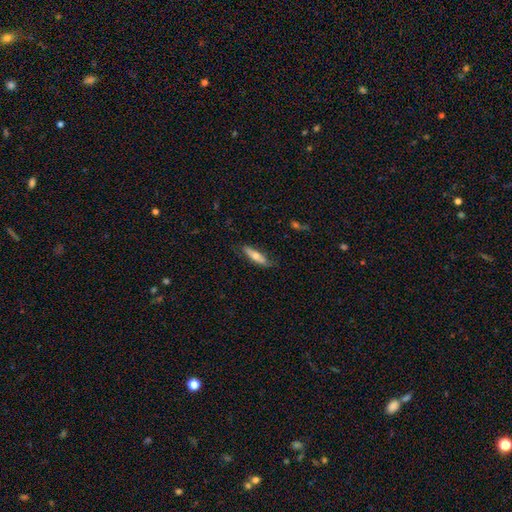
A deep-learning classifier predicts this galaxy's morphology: This is possibly a smooth galaxy (57%). How rounded: likely cigar-shaped (65%). Merging: likely none (76%).